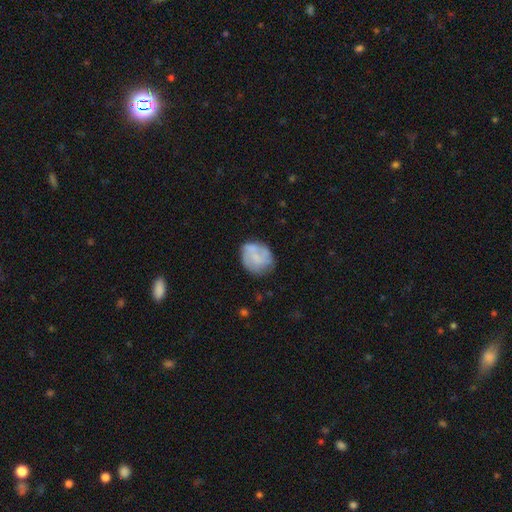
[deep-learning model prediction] Morphology: type=smooth (53%); roundness=round (69%); merging=none (66%).